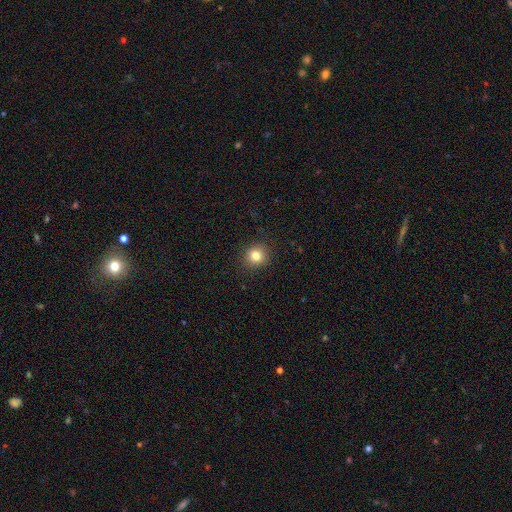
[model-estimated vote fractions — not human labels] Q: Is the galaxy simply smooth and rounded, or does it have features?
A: smooth — 83%.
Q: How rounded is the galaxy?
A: round — 88%.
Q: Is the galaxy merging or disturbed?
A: none — 90%.